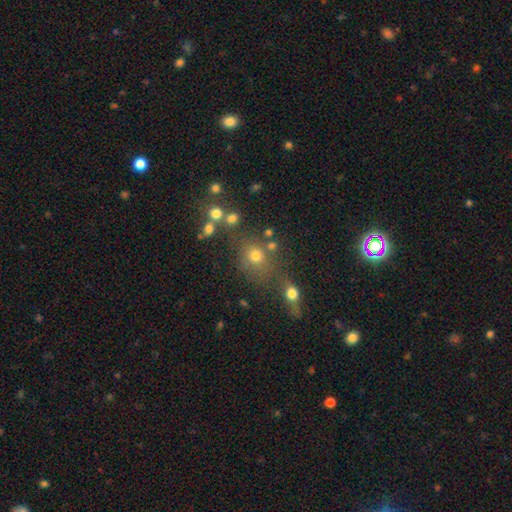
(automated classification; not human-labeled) This is likely a smooth galaxy (67%). How rounded: likely round (71%). Merging: possibly none (58%).